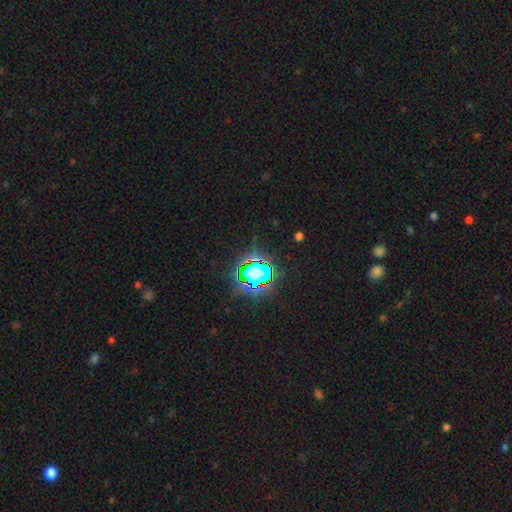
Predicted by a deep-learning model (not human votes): Q: Smooth or featured?
A: star or artifact (79%); runner-up: smooth (14%)